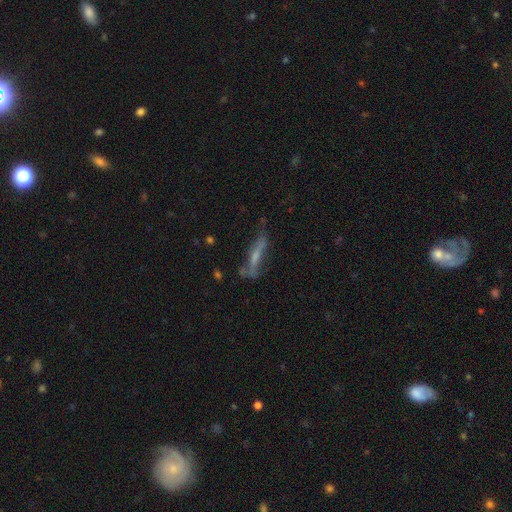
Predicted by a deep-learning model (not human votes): Smooth or featured? featured or disk (53%)
Edge-on disk? yes (63%)
Merging? none (52%)